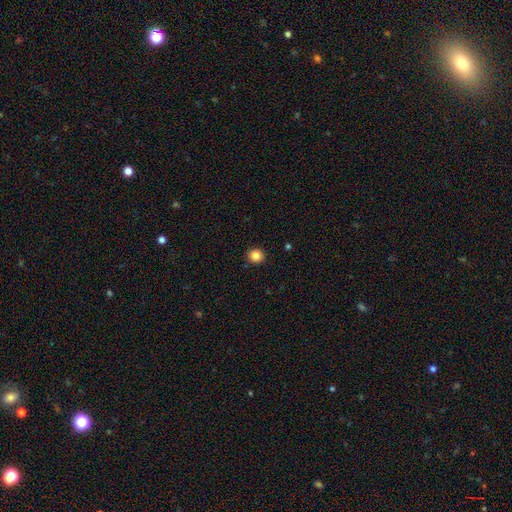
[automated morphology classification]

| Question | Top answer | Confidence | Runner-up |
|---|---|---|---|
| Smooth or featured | smooth | 84% | star or artifact (11%) |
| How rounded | round | 90% | in between (9%) |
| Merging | none | 92% | minor disturbance (5%) |